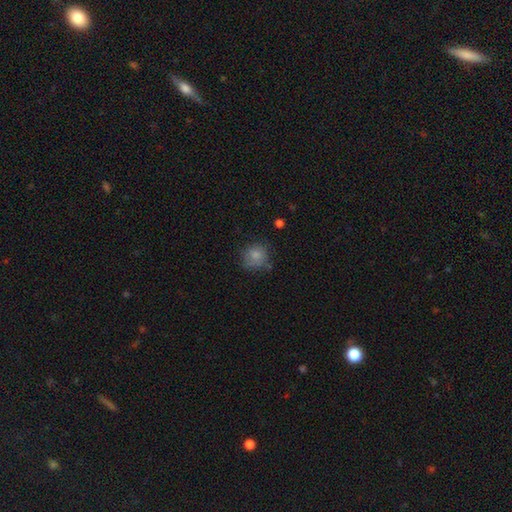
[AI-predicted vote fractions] Smooth or featured? smooth (79%)
How rounded? round (80%)
Merging? none (64%)